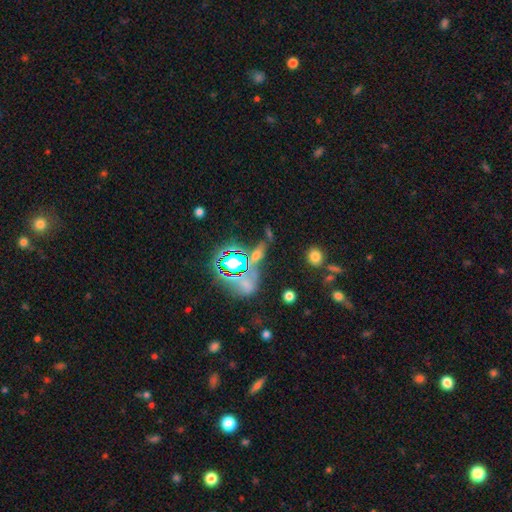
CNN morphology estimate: The model was most divided on "smooth or featured": star or artifact: 41%, smooth: 39%, featured or disk: 20%.